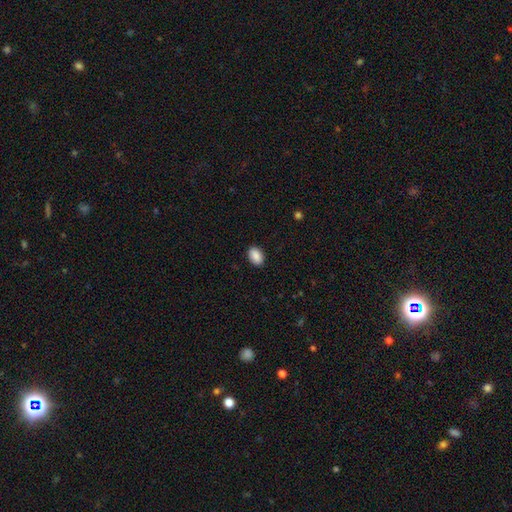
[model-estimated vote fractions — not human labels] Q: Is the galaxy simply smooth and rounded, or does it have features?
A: smooth — 89%.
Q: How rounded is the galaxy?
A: in between — 87%.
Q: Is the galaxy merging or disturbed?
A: none — 89%.